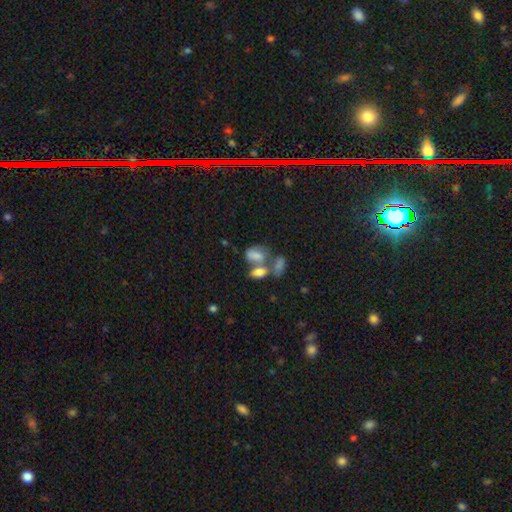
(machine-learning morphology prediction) A smooth galaxy with no disk features (70%) that is in between round and cigar-shaped (88%).

Vote fractions:
- Smooth or featured? smooth: 70% / featured or disk: 19% / star or artifact: 11%
- How rounded? in between: 88% / round: 8% / cigar-shaped: 4%
- Merging? merger: 55% / none: 24% / minor disturbance: 12% / major disturbance: 10%